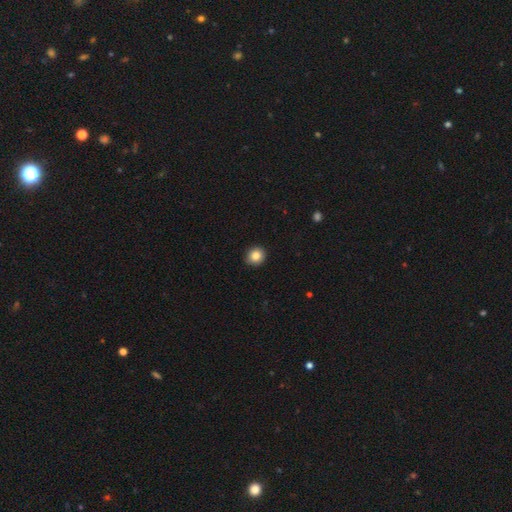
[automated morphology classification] smooth 85%, star or artifact 10%, featured or disk 6%. Down the decision tree: how rounded — round (86%); merging — none (90%).